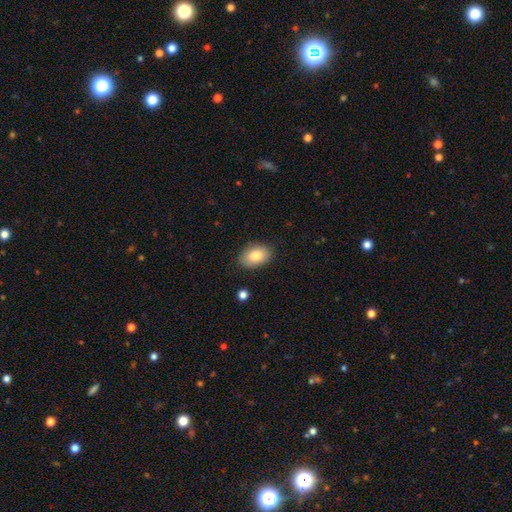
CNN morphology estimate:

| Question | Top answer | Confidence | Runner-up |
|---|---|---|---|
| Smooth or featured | smooth | 84% | featured or disk (9%) |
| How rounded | in between | 88% | round (11%) |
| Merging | none | 86% | minor disturbance (10%) |